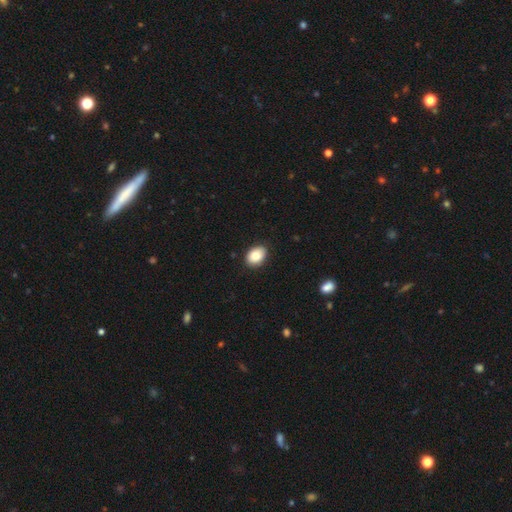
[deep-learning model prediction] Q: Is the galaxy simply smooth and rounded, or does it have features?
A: smooth — 83%.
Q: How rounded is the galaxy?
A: in between — 76%.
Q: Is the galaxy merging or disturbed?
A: none — 88%.